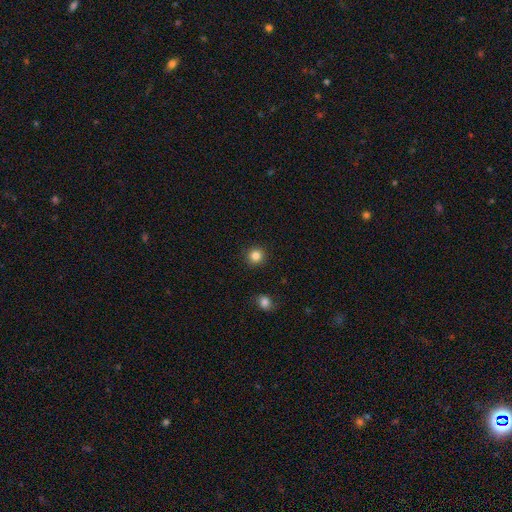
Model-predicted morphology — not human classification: A smooth galaxy with no disk features (84%) that is round (93%).

Vote fractions:
- Smooth or featured? smooth: 84% / star or artifact: 11% / featured or disk: 4%
- How rounded? round: 93% / in between: 6% / cigar-shaped: 1%
- Merging? none: 91% / minor disturbance: 5% / major disturbance: 2% / merger: 1%